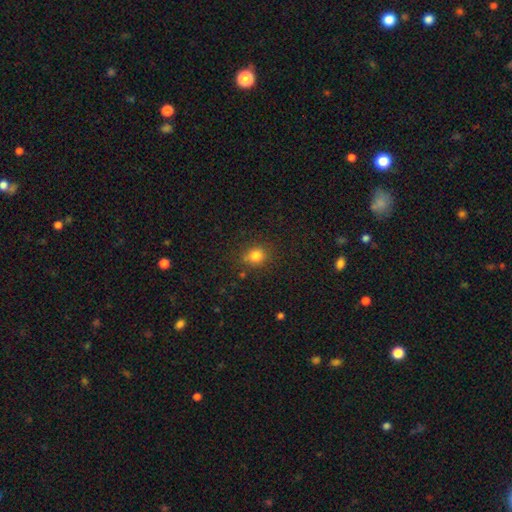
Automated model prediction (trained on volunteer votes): Morphology: type=smooth (81%); roundness=round (70%); merging=none (78%).